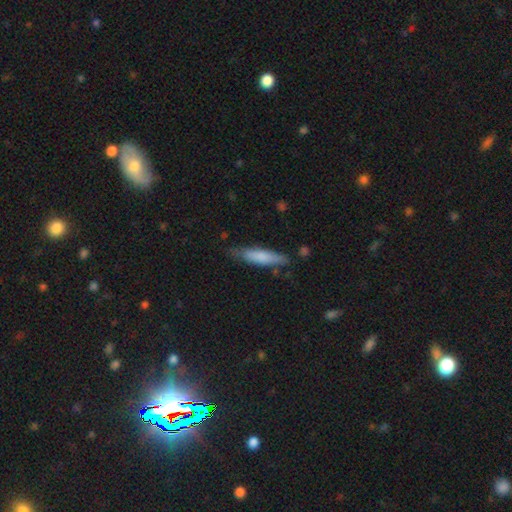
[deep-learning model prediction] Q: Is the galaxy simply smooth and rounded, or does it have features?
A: smooth — 69%.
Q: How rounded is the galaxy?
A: cigar-shaped — 80%.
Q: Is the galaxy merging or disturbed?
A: none — 74%.